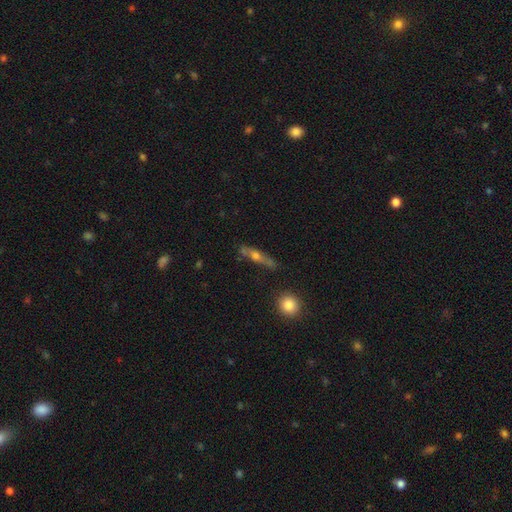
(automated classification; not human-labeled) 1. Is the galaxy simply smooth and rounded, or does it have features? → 55% featured or disk, 37% smooth, 8% star or artifact.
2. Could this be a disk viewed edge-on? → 85% yes, 15% no.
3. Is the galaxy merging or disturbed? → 76% none, 16% minor disturbance, 4% merger, 4% major disturbance.